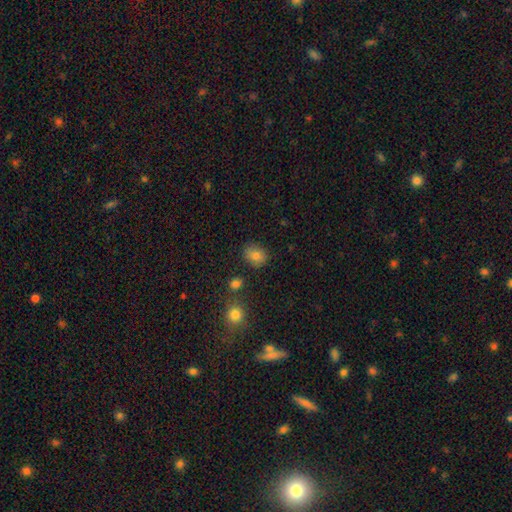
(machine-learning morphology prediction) type=smooth (82%); roundness=round (54%); merging=none (81%).